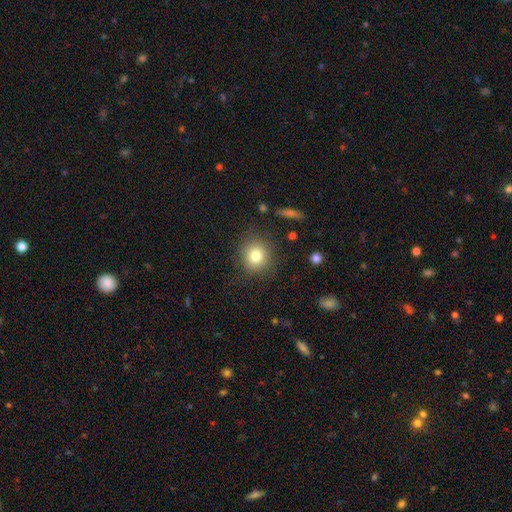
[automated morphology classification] smooth_or_featured: smooth (p=0.80) [alt: star or artifact p=0.11]
how_rounded: round (p=0.87) [alt: in between p=0.12]
merging: none (p=0.85) [alt: minor disturbance p=0.10]